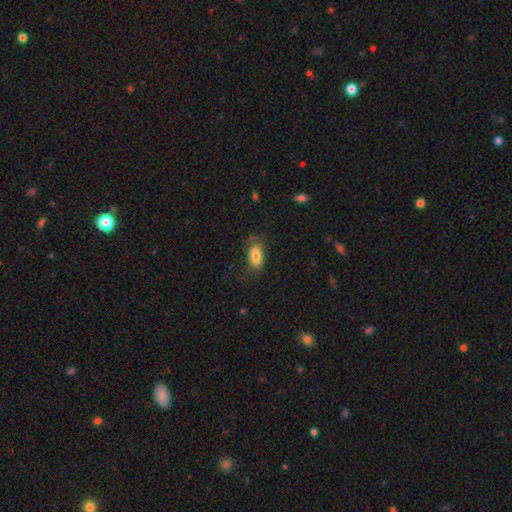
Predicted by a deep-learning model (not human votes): Smooth or featured? Predicted: smooth (p=0.81). How rounded? Predicted: in between (p=0.84). Merging? Predicted: none (p=0.73).